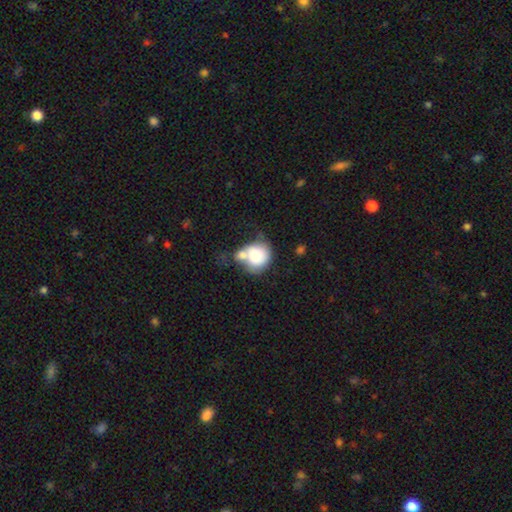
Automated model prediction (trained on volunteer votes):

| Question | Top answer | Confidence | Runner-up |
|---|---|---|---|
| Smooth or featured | smooth | 75% | featured or disk (17%) |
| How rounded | round | 69% | in between (30%) |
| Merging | merger | 52% | none (23%) |